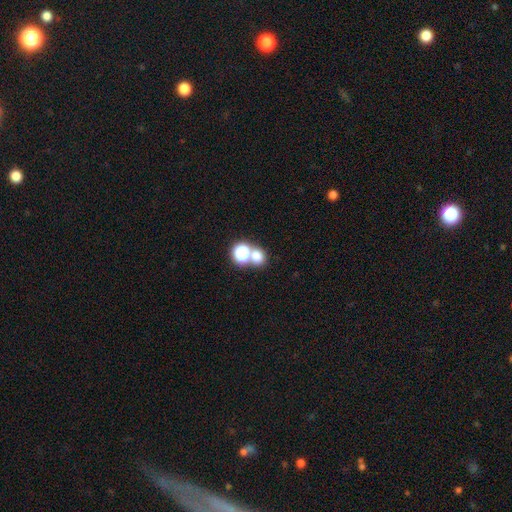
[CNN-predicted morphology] Smooth or featured?
  - smooth: 69% *
  - star or artifact: 23%
  - featured or disk: 9%
How rounded?
  - round: 73% *
  - in between: 26%
  - cigar-shaped: 1%
Merging?
  - none: 51% *
  - merger: 39%
  - minor disturbance: 7%
  - major disturbance: 3%